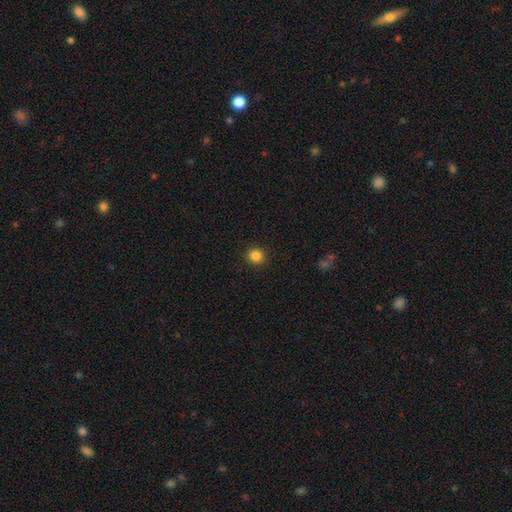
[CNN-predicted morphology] smooth 85%, star or artifact 12%, featured or disk 4%. Down the decision tree: how rounded — round (94%); merging — none (92%).